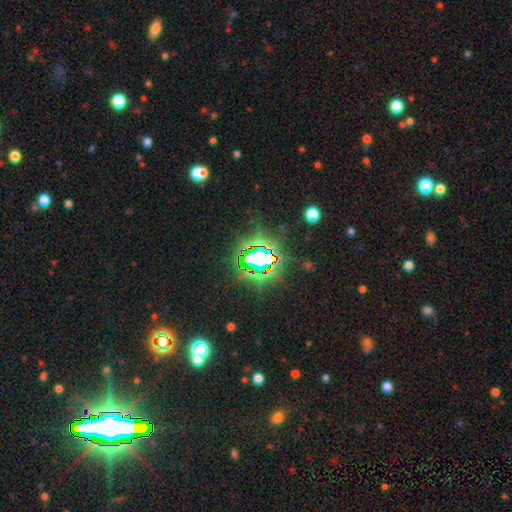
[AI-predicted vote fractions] Smooth or featured? star or artifact (83%)